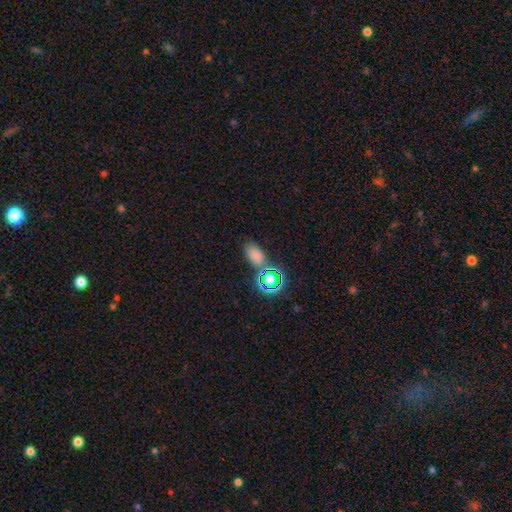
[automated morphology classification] Overall: smooth (71%). How rounded: in between (86%). Merging: none (73%).